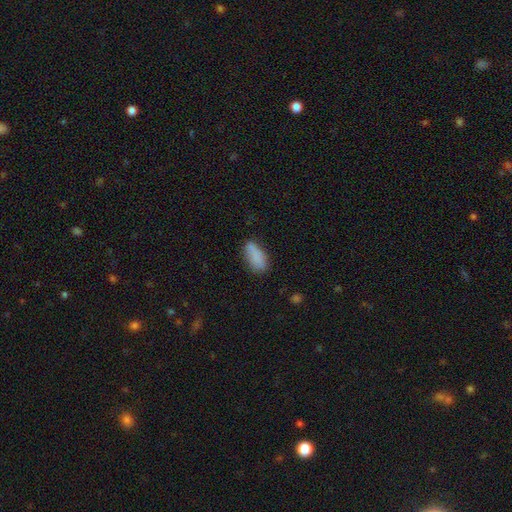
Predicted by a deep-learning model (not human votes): Q: Smooth or featured?
A: smooth (81%); runner-up: featured or disk (10%)
Q: How rounded?
A: in between (85%); runner-up: cigar-shaped (12%)
Q: Merging?
A: none (59%); runner-up: minor disturbance (25%)